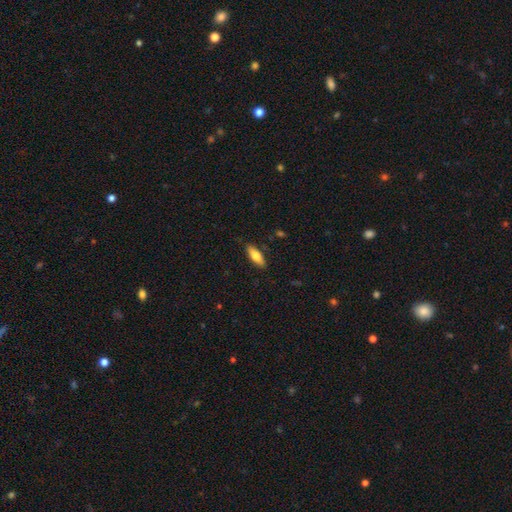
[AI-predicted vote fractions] Q: Smooth or featured?
A: smooth (73%); runner-up: featured or disk (21%)
Q: How rounded?
A: in between (65%); runner-up: cigar-shaped (33%)
Q: Merging?
A: none (86%); runner-up: minor disturbance (10%)